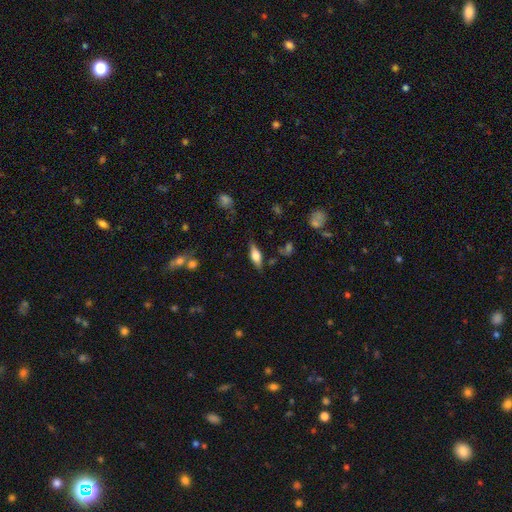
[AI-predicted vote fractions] Smooth or featured: smooth — 55% (featured or disk — 37%)
How rounded: in between — 68% (cigar-shaped — 28%)
Merging: none — 81% (minor disturbance — 14%)